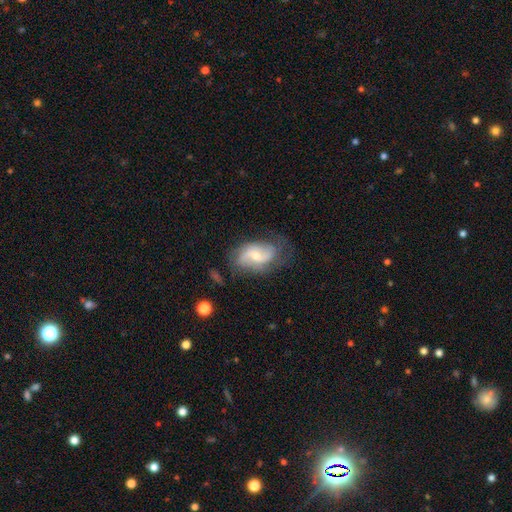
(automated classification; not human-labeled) Q: Smooth or featured?
A: featured or disk (73%); runner-up: smooth (20%)
Q: Edge-on disk?
A: no (96%); runner-up: yes (4%)
Q: Bar?
A: weak (49%); runner-up: no (39%)
Q: Spiral arms?
A: yes (91%); runner-up: no (9%)
Q: Spiral winding?
A: loose (42%); runner-up: medium (40%)
Q: Spiral arm count?
A: 2 (74%); runner-up: can't tell (13%)
Q: Bulge size?
A: small (48%); runner-up: moderate (47%)
Q: Merging?
A: none (60%); runner-up: minor disturbance (25%)